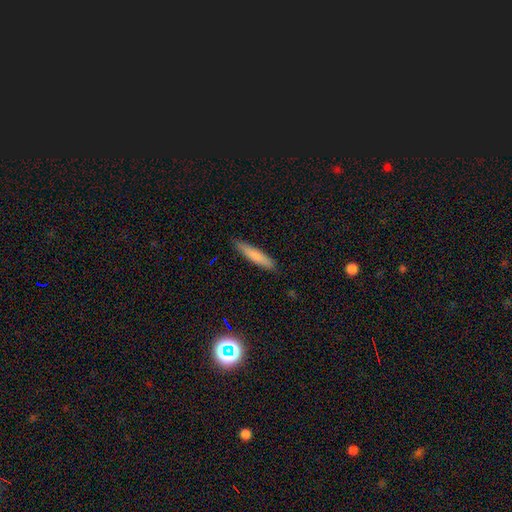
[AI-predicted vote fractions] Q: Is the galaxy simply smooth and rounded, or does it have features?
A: smooth — 80%.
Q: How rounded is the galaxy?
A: cigar-shaped — 88%.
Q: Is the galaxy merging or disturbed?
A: none — 87%.